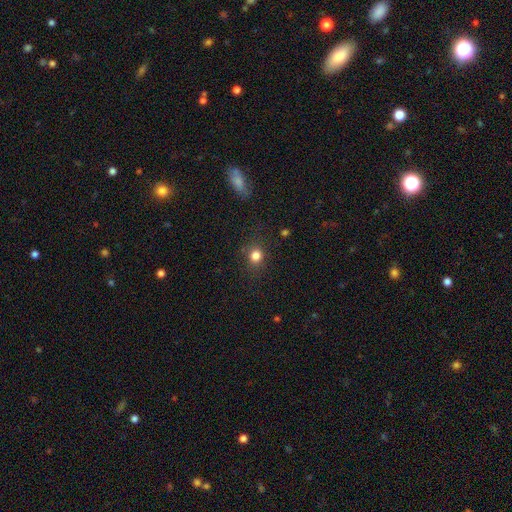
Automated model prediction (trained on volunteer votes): This is clearly a smooth galaxy (81%). How rounded: likely round (80%). Merging: clearly none (83%).